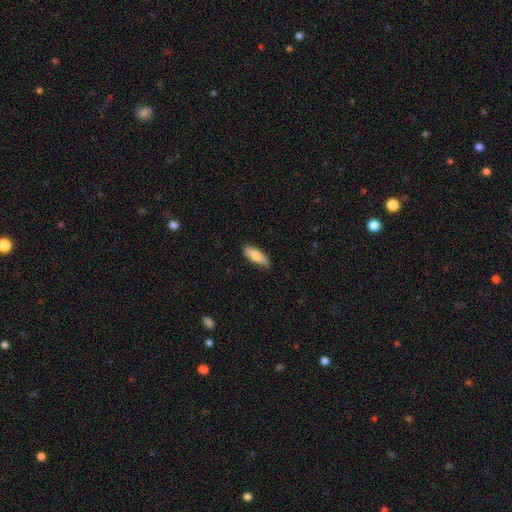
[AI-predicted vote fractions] Smooth or featured? smooth (79%)
How rounded? in between (63%)
Merging? none (85%)